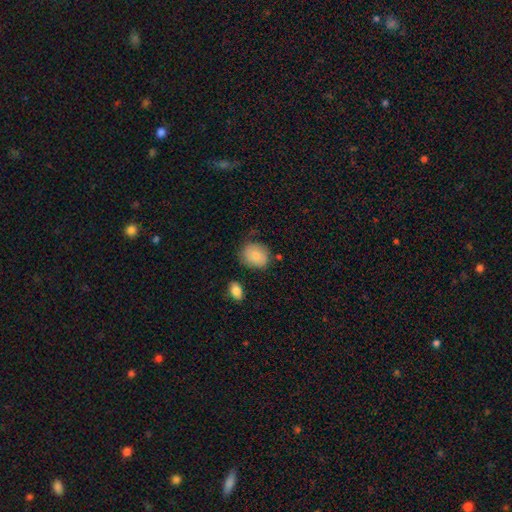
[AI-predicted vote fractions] A smooth galaxy with no disk features (78%) that is round (63%). Merging: none (69%).